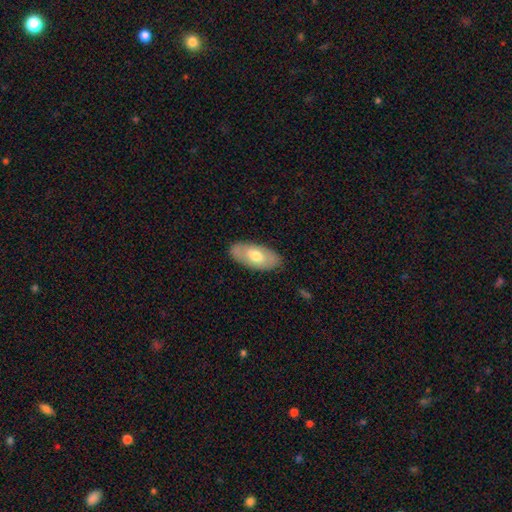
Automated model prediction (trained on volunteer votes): Smooth or featured?
  - smooth: 59% *
  - featured or disk: 36%
  - star or artifact: 5%
How rounded?
  - in between: 92% *
  - cigar-shaped: 5%
  - round: 3%
Merging?
  - none: 85% *
  - minor disturbance: 11%
  - major disturbance: 2%
  - merger: 1%